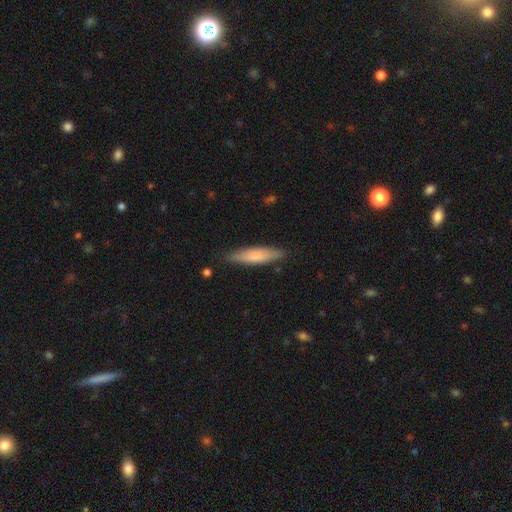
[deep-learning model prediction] This is likely a smooth galaxy (73%). How rounded: likely cigar-shaped (77%). Merging: clearly none (85%).